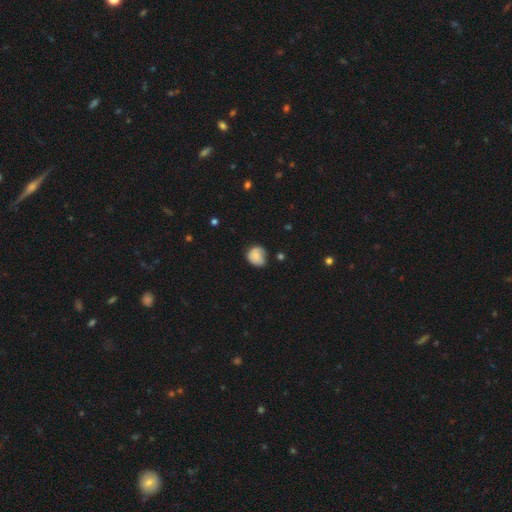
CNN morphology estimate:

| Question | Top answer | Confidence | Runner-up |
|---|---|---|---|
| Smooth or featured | smooth | 71% | featured or disk (21%) |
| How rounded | round | 72% | in between (27%) |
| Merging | none | 55% | minor disturbance (34%) |